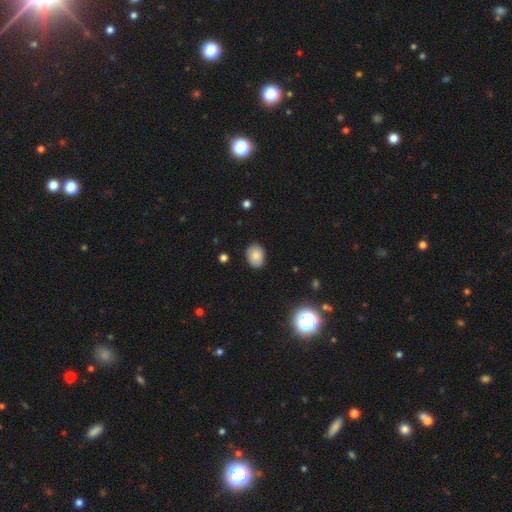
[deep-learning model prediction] A smooth galaxy with no disk features (84%) that is in between round and cigar-shaped (67%). Merging: none (85%).